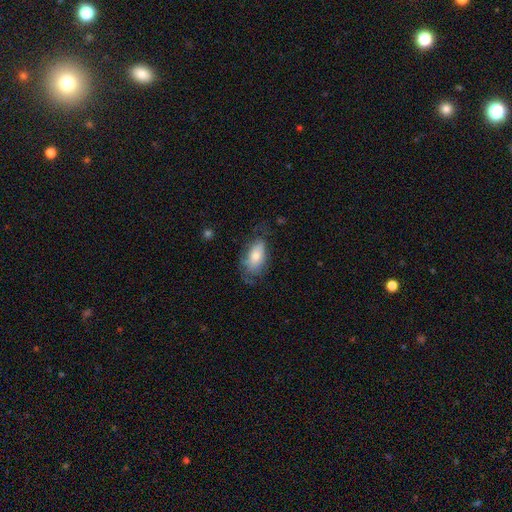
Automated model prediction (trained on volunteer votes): Smooth or featured: smooth — 64% (featured or disk — 28%)
How rounded: in between — 90% (cigar-shaped — 6%)
Merging: none — 52% (minor disturbance — 28%)